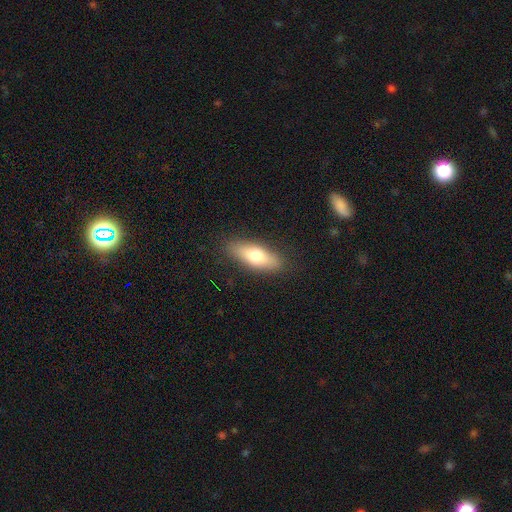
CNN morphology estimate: type=smooth (71%); roundness=in between (65%); merging=none (86%).